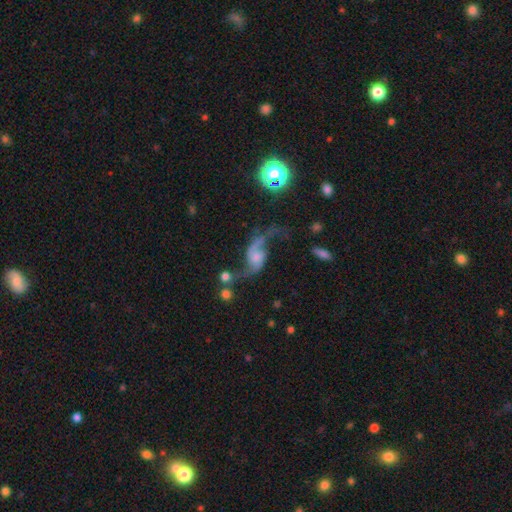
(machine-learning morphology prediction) Q: Smooth or featured?
A: featured or disk (85%); runner-up: smooth (8%)
Q: Edge-on disk?
A: no (96%); runner-up: yes (4%)
Q: Bar?
A: no (60%); runner-up: weak (32%)
Q: Spiral arms?
A: yes (95%); runner-up: no (5%)
Q: Spiral winding?
A: loose (88%); runner-up: medium (10%)
Q: Spiral arm count?
A: 2 (92%); runner-up: 1 (3%)
Q: Bulge size?
A: small (40%); runner-up: moderate (33%)
Q: Merging?
A: none (50%); runner-up: major disturbance (19%)